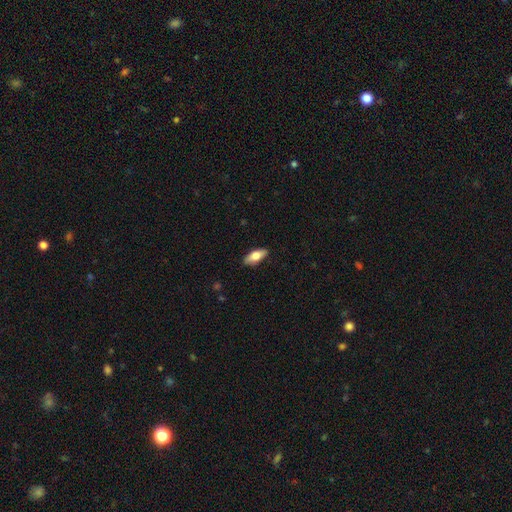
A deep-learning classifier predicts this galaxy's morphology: type=smooth (69%); roundness=in between (75%); merging=none (87%).